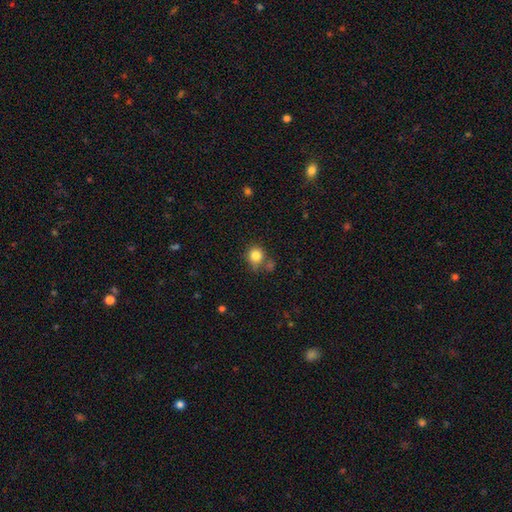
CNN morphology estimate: A smooth galaxy with no disk features (83%) that is round (86%). Merging: none (63%).